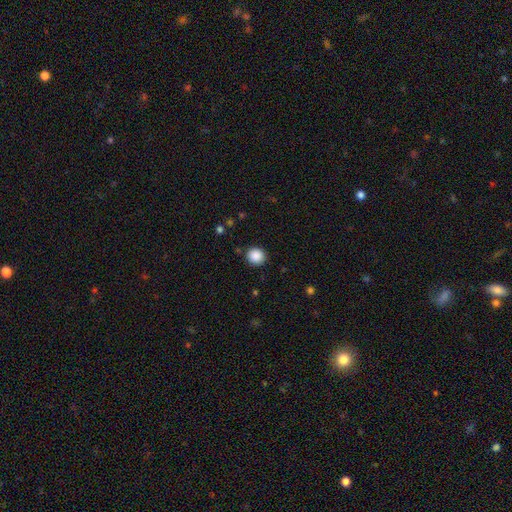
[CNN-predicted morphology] Smooth or featured? Predicted: smooth (p=0.88). How rounded? Predicted: round (p=0.89). Merging? Predicted: none (p=0.90).